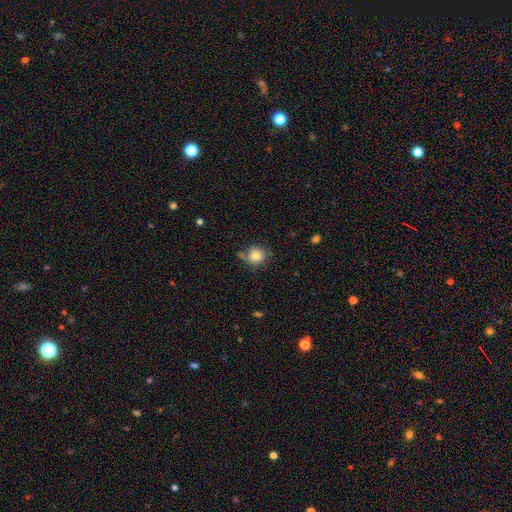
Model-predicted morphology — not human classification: smooth-or-featured: smooth: 80% | star or artifact: 10% | featured or disk: 9%
  how-rounded: round: 87% | in between: 12% | cigar-shaped: 1%
  merging: none: 68% | minor disturbance: 17% | merger: 10% | major disturbance: 5%